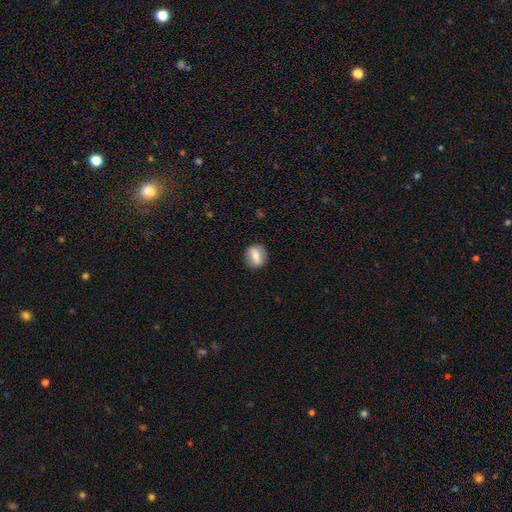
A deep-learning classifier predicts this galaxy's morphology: A smooth galaxy with no disk features (66%) that is round (65%). Merging: none (87%).